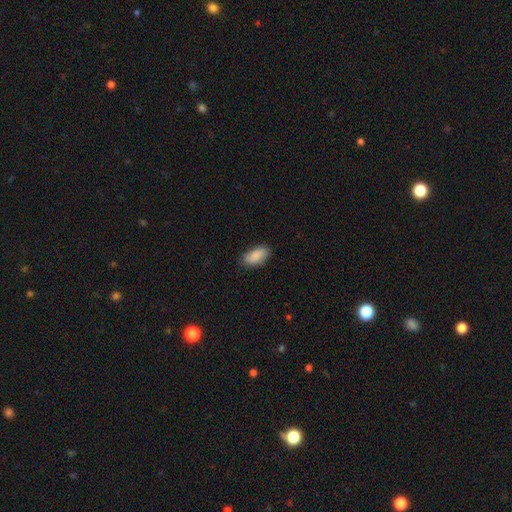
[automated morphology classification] Smooth or featured? Predicted: smooth (p=0.88). How rounded? Predicted: in between (p=0.91). Merging? Predicted: none (p=0.82).